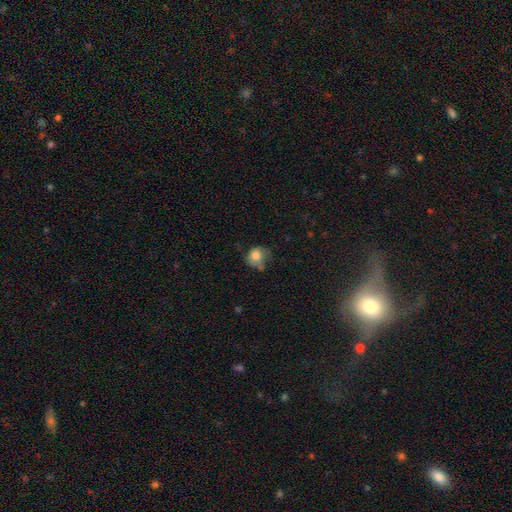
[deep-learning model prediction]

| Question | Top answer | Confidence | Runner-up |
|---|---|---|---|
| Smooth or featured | smooth | 75% | featured or disk (16%) |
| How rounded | round | 68% | in between (31%) |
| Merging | none | 43% | minor disturbance (33%) |